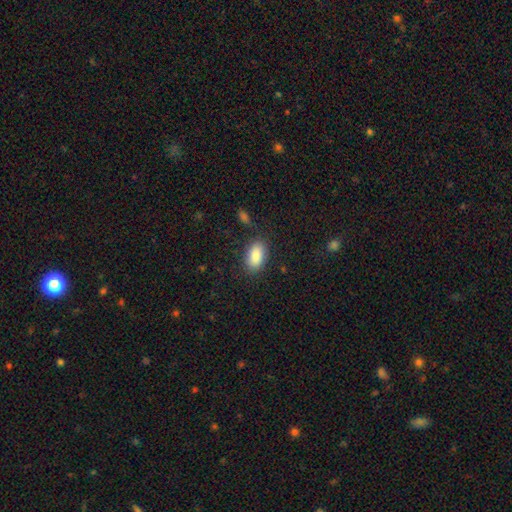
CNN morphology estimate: A smooth galaxy with no disk features (88%) that is in between round and cigar-shaped (92%). Merging: none (83%).